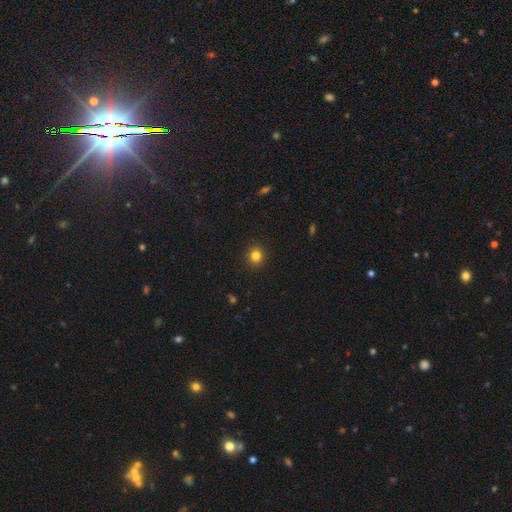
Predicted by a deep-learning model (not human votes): Smooth or featured? Predicted: smooth (p=0.82). How rounded? Predicted: round (p=0.89). Merging? Predicted: none (p=0.92).